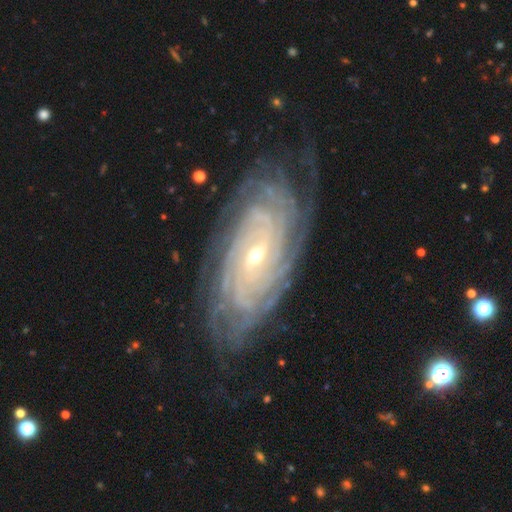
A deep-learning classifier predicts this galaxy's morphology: featured or disk 90%, star or artifact 5%, smooth 4%. Down the decision tree: edge-on disk — no (94%); bar — no (48%); spiral arms — yes (98%); spiral arm count — more than 4 (28%); spiral winding — tight (84%); bulge size — small (67%); merging — none (79%).